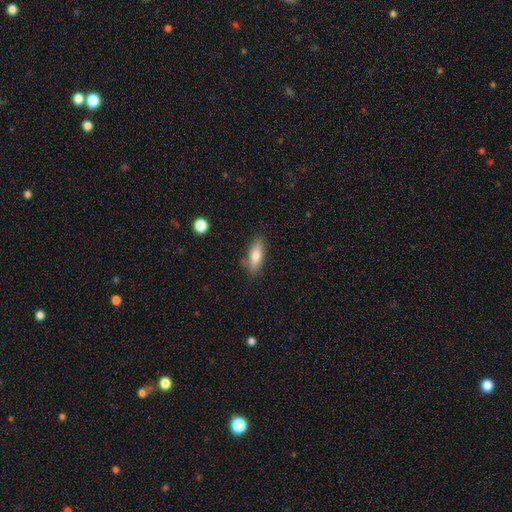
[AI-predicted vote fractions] Smooth or featured? smooth (79%)
How rounded? in between (63%)
Merging? none (79%)